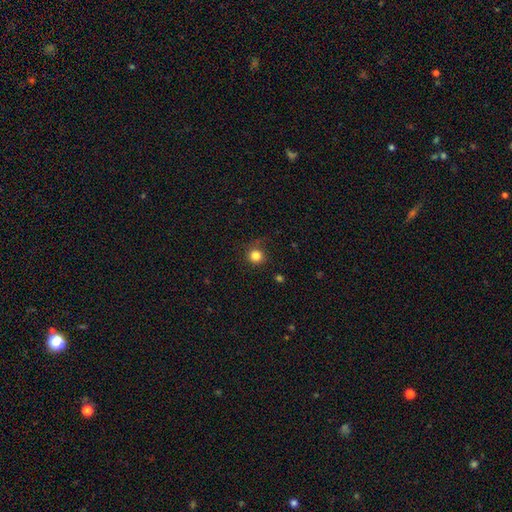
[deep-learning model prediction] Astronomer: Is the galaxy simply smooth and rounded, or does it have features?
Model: smooth — 83%.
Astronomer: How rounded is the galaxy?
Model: round — 93%.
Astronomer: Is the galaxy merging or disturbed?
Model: none — 84%.